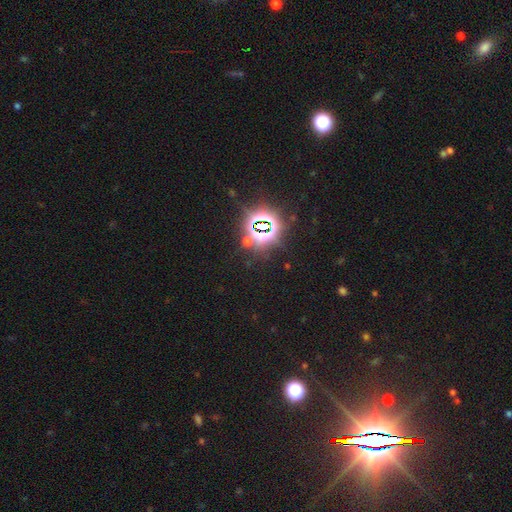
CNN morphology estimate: This appears to be a star or artifact, not a galaxy (84%).